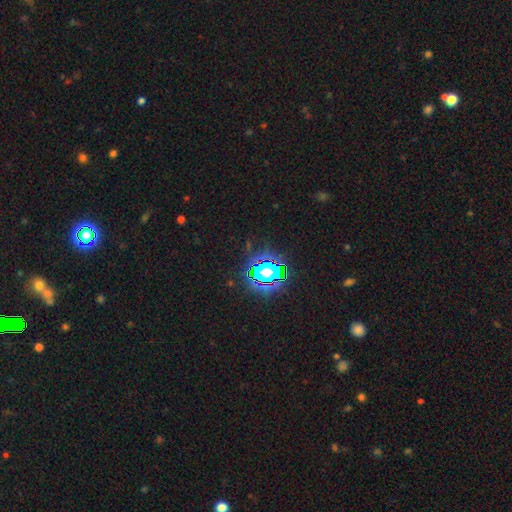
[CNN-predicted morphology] A star or artifact, not a galaxy (81%).